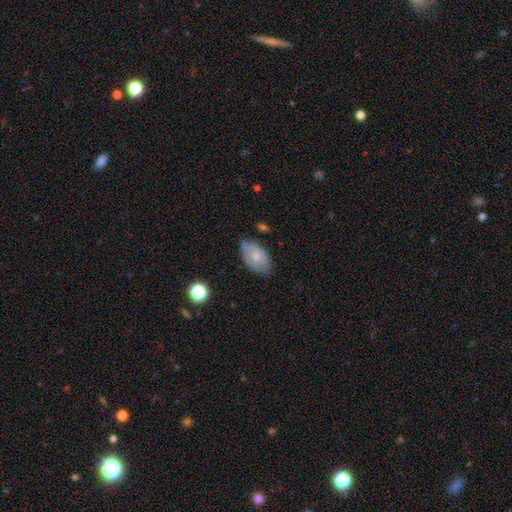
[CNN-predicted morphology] smooth 64%, featured or disk 29%, star or artifact 7%. Down the decision tree: how rounded — in between (92%); merging — none (63%).